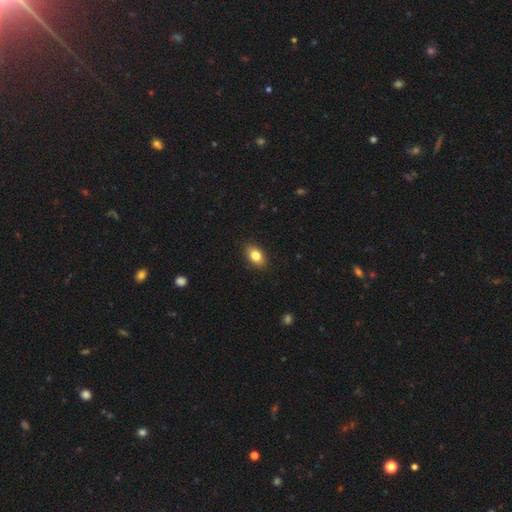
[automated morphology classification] Smooth or featured: smooth — 82% (featured or disk — 10%)
How rounded: in between — 85% (round — 12%)
Merging: none — 88% (minor disturbance — 9%)